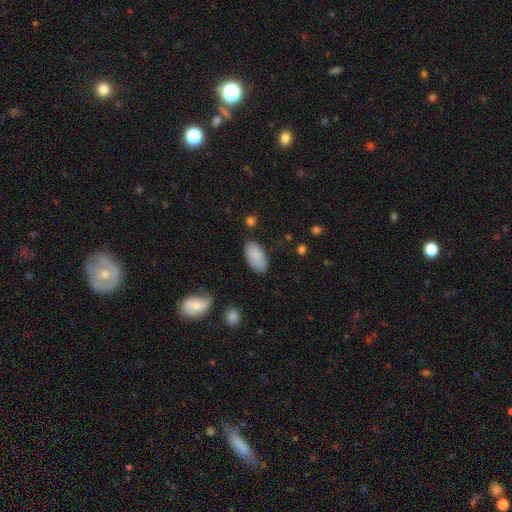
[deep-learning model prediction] Morphology: type=smooth (86%); roundness=in between (95%); merging=none (80%).